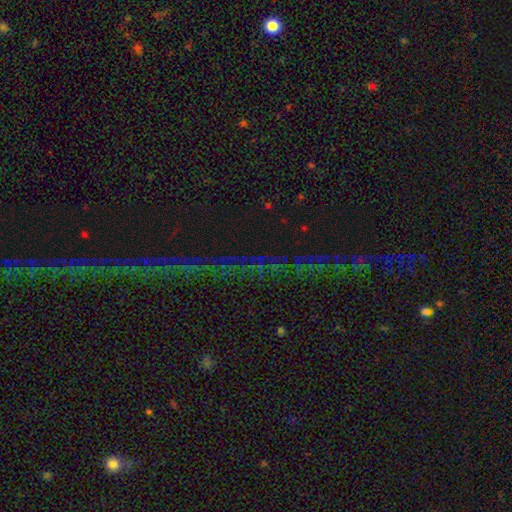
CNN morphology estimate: star or artifact 79%, smooth 12%, featured or disk 9%.